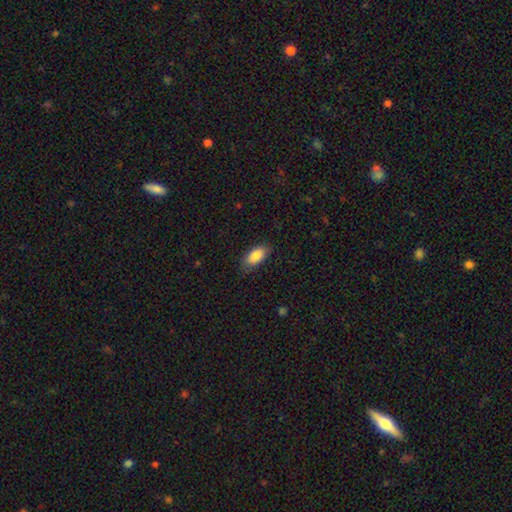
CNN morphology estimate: The model was most divided on "merging": none: 79%, minor disturbance: 16%, major disturbance: 3%, merger: 1%. More confident: how rounded — in between (90%); smooth or featured — smooth (87%).